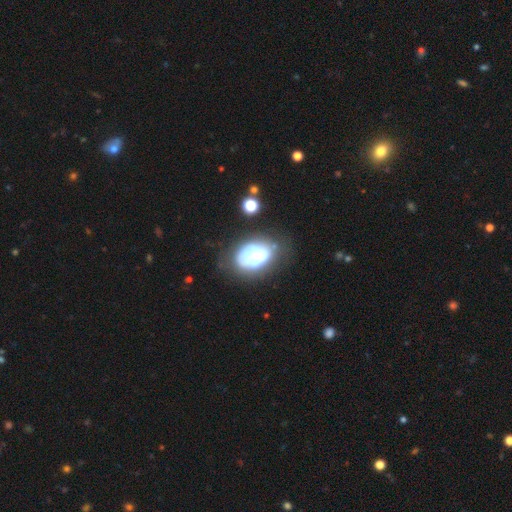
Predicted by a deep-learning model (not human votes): Smooth or featured? Predicted: smooth (p=0.47). Merging? Predicted: none (p=0.45).